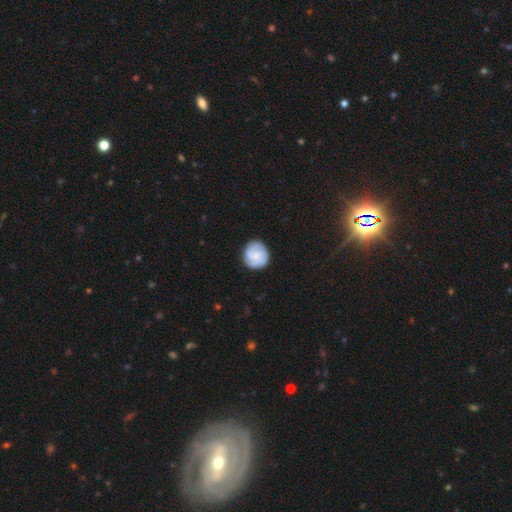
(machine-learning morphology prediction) Smooth or featured? Predicted: featured or disk (p=0.48). Merging? Predicted: none (p=0.84).